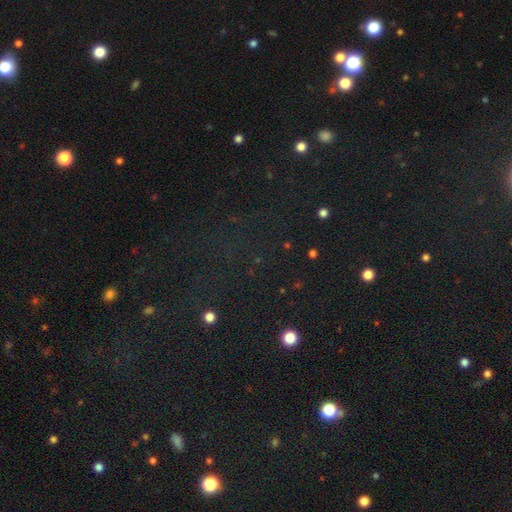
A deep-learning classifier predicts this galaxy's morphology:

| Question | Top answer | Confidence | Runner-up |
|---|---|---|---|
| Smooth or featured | star or artifact | 71% | smooth (20%) |